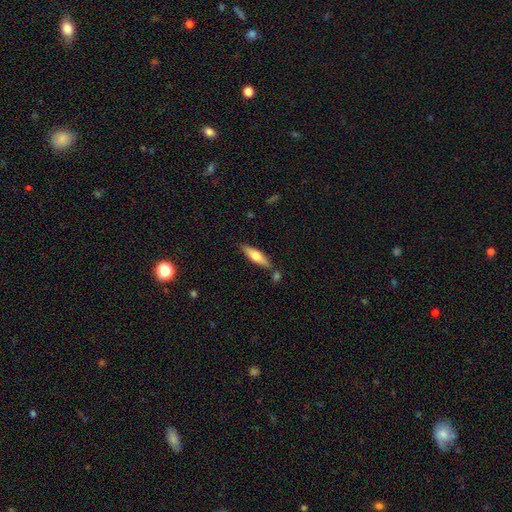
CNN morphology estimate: smooth_or_featured: smooth (p=0.62) [alt: featured or disk p=0.32]
how_rounded: cigar-shaped (p=0.64) [alt: in between p=0.34]
merging: none (p=0.77) [alt: minor disturbance p=0.12]